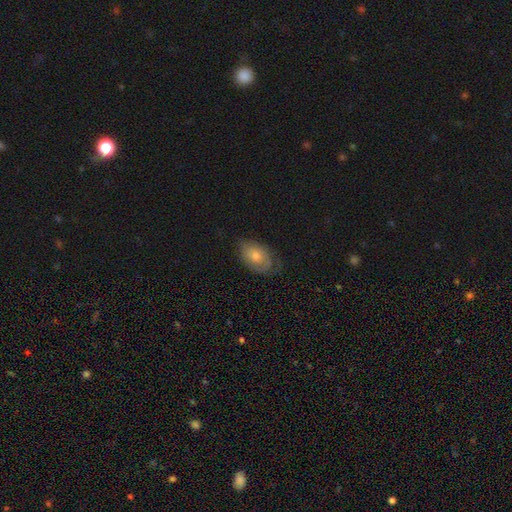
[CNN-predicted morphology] smooth_or_featured: smooth (p=0.51) [alt: featured or disk p=0.41]
how_rounded: in between (p=0.84) [alt: round p=0.14]
merging: none (p=0.62) [alt: minor disturbance p=0.27]